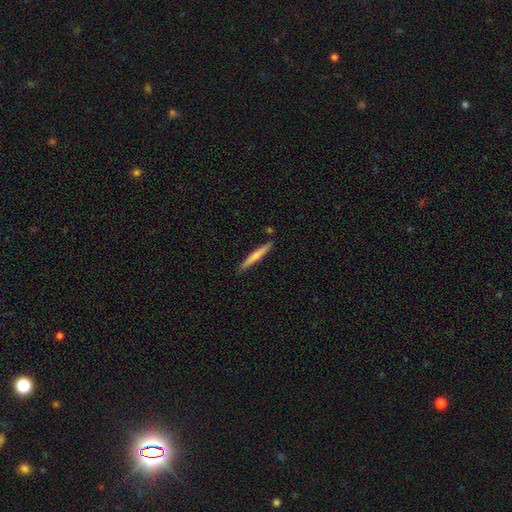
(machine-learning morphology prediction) Smooth or featured?
  - smooth: 67% *
  - featured or disk: 28%
  - star or artifact: 5%
How rounded?
  - cigar-shaped: 96% *
  - in between: 3%
  - round: 1%
Merging?
  - none: 89% *
  - minor disturbance: 8%
  - merger: 2%
  - major disturbance: 1%